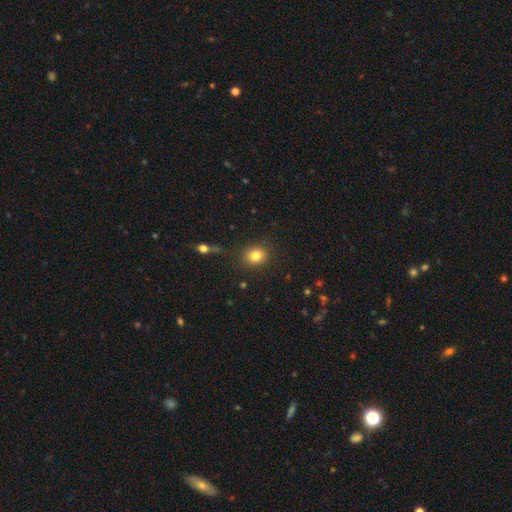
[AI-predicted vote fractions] This is clearly a smooth galaxy (81%). How rounded: likely round (69%). Merging: clearly none (86%).